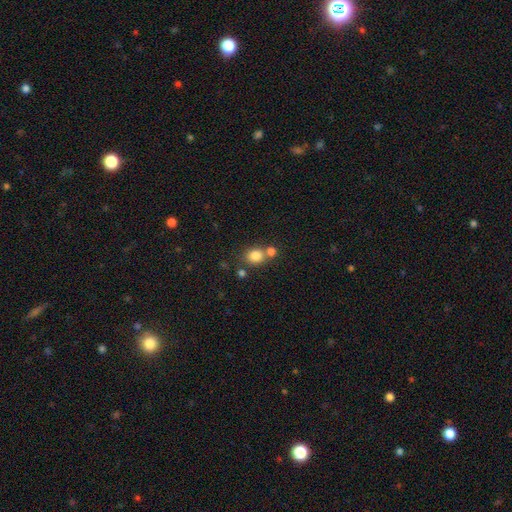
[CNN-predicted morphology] The model was most divided on "merging": none: 57%, merger: 30%, minor disturbance: 9%, major disturbance: 3%. More confident: smooth or featured — smooth (82%); how rounded — round (68%).